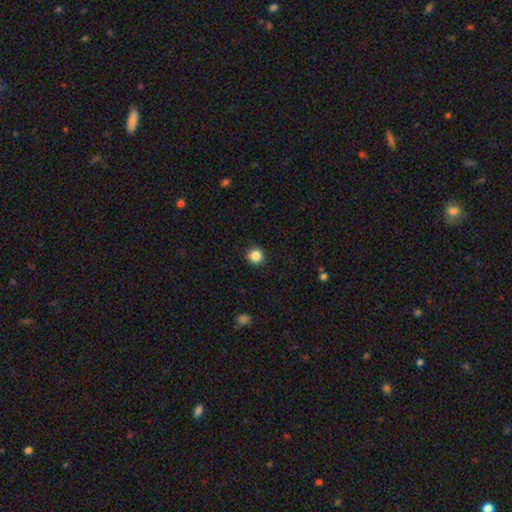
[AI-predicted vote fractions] Morphology: type=smooth (85%); roundness=round (87%); merging=none (91%).